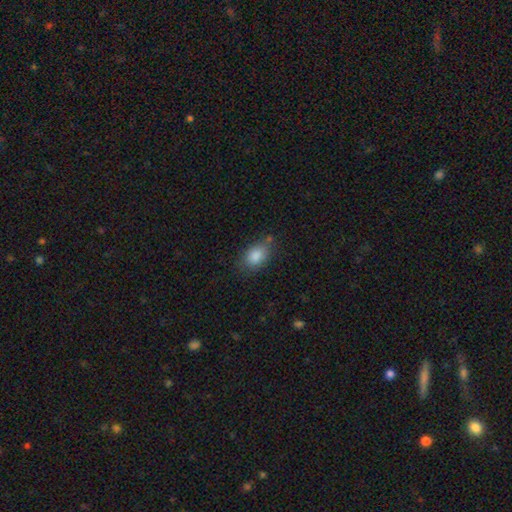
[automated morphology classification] A smooth galaxy with no disk features (86%) that is in between round and cigar-shaped (83%). Merging: none (68%).